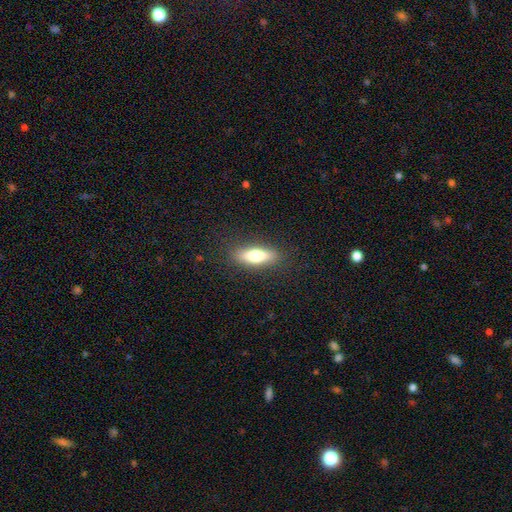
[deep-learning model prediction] smooth 66%, featured or disk 27%, star or artifact 7%. Down the decision tree: how rounded — in between (51%); merging — none (86%).